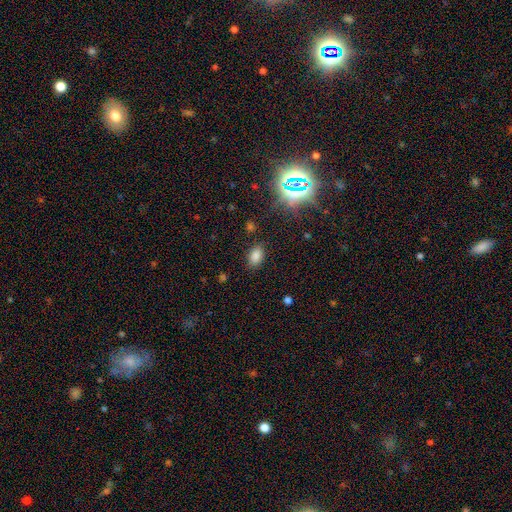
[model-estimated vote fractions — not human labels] Smooth or featured: smooth — 78% (star or artifact — 16%)
How rounded: in between — 86% (round — 13%)
Merging: none — 84% (minor disturbance — 10%)